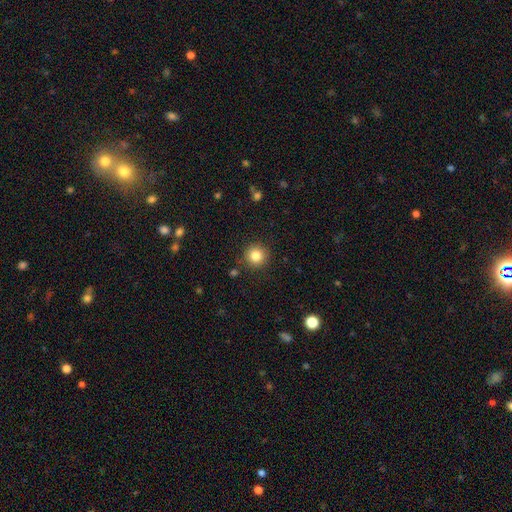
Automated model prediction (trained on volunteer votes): Overall: smooth (84%). How rounded: round (95%). Merging: none (90%).